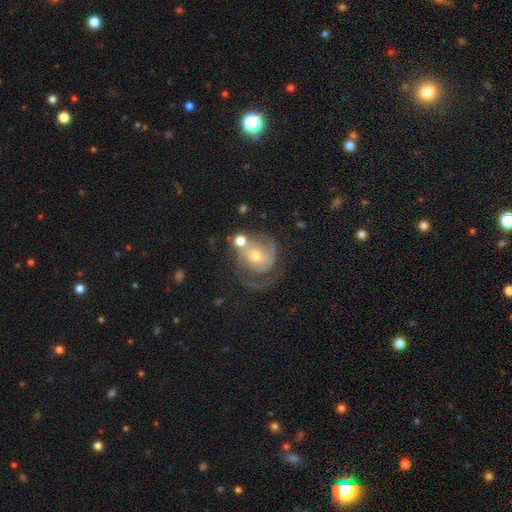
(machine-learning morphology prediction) type=featured or disk (75%); edge-on=no (97%); bar=no (56%); spiral arms=yes (89%); winding=medium (42%); arm count=2 (47%); bulge=moderate (62%); merging=none (42%).